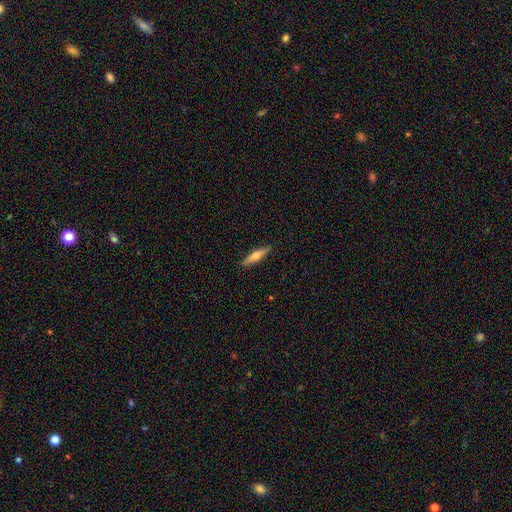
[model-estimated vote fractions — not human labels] Smooth or featured? smooth (53%)
How rounded? cigar-shaped (81%)
Merging? none (89%)